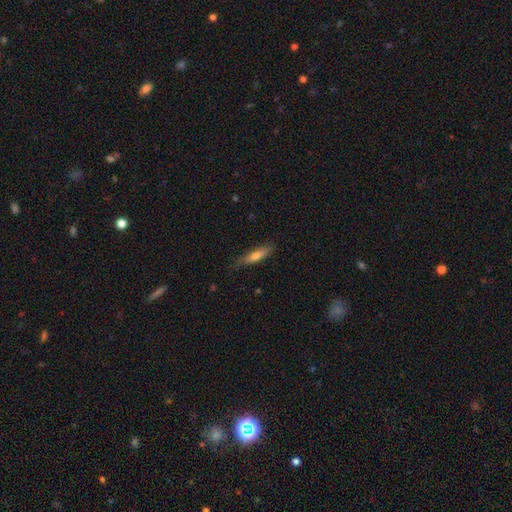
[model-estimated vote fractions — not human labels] This is possibly a smooth galaxy (60%). How rounded: clearly cigar-shaped (80%). Merging: likely none (80%).